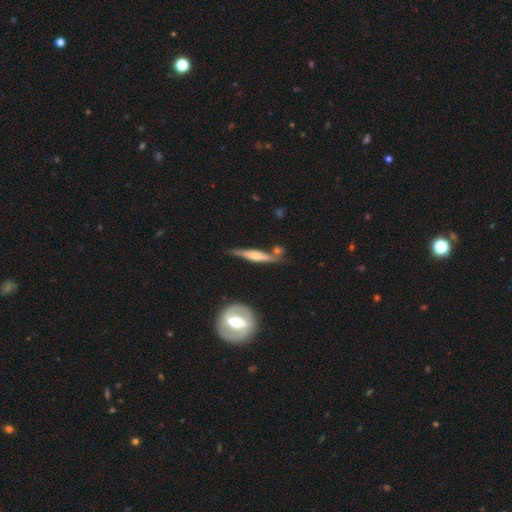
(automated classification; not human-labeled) Morphology: type=featured or disk (67%); edge-on=yes (94%); edge-on bulge=rounded (83%); merging=none (72%).